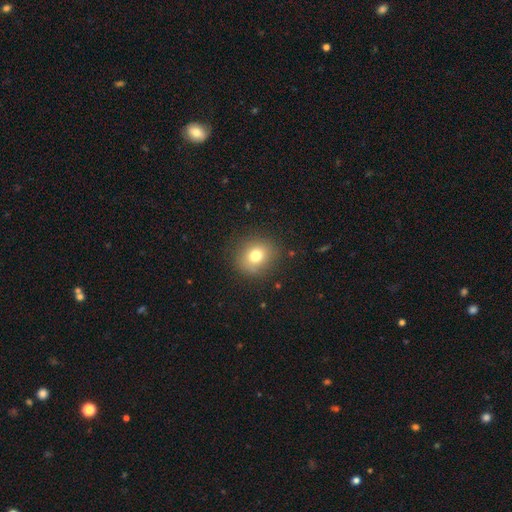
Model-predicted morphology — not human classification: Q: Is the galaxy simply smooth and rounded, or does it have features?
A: smooth — 76%.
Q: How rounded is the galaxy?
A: round — 77%.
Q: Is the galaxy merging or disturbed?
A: none — 85%.